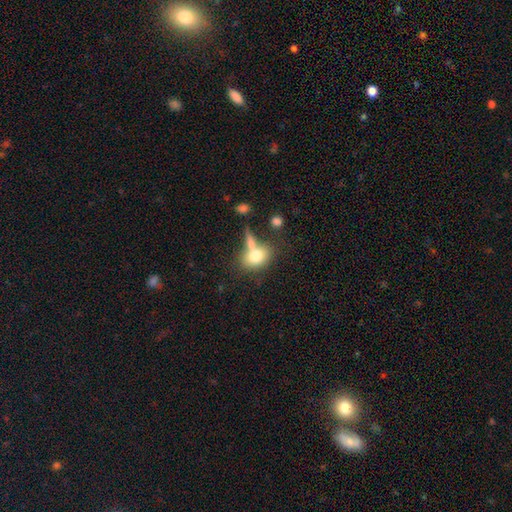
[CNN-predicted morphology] A smooth galaxy with no disk features (75%) that is in between round and cigar-shaped (71%).

Vote fractions:
- Smooth or featured? smooth: 75% / featured or disk: 16% / star or artifact: 8%
- How rounded? in between: 71% / round: 26% / cigar-shaped: 3%
- Merging? none: 41% / merger: 37% / minor disturbance: 14% / major disturbance: 8%